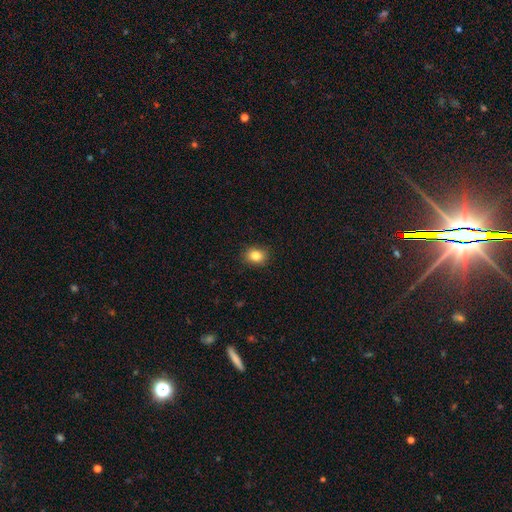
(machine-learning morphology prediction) smooth 84%, star or artifact 10%, featured or disk 6%. Down the decision tree: how rounded — in between (50%); merging — none (88%).